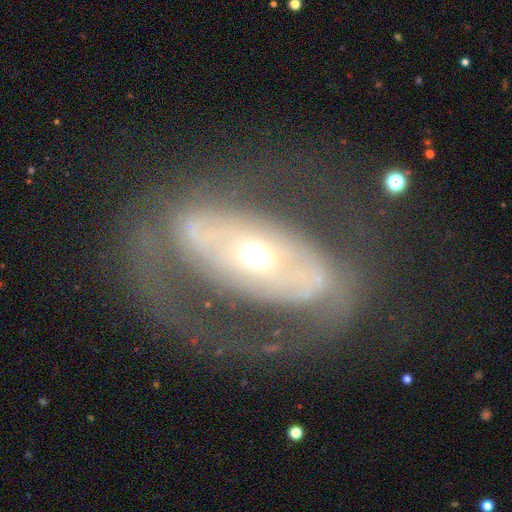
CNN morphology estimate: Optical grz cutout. It shows a featured or disk galaxy (75%) with no bar (53%), spiral arms (58%) and a moderate central bulge (64%). Merging: none (51%).